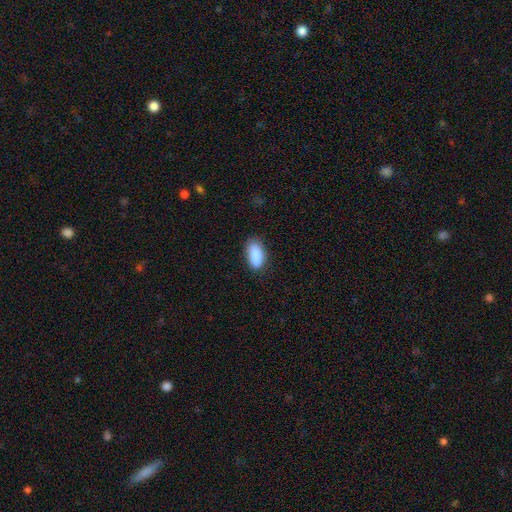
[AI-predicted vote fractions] Morphology: type=smooth (87%); roundness=in between (87%); merging=none (76%).